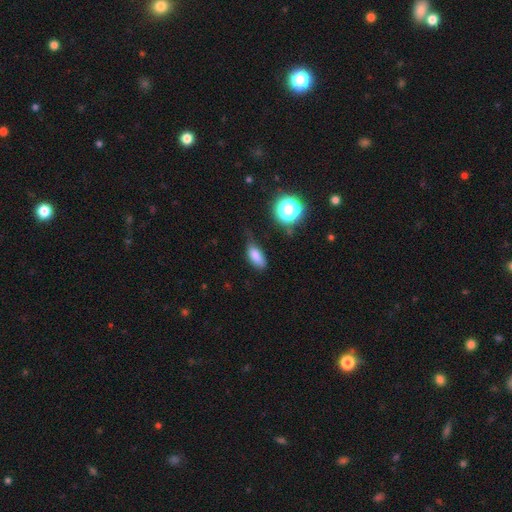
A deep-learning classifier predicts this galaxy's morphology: A smooth galaxy with no disk features (80%) that is in between round and cigar-shaped (81%).

Vote fractions:
- Smooth or featured? smooth: 80% / star or artifact: 12% / featured or disk: 9%
- How rounded? in between: 81% / cigar-shaped: 13% / round: 6%
- Merging? none: 50% / minor disturbance: 34% / major disturbance: 12% / merger: 4%